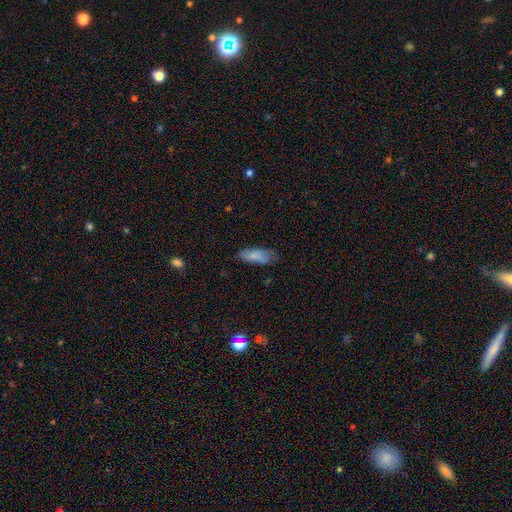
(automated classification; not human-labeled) Morphology: type=smooth (78%); roundness=in between (77%); merging=none (62%).